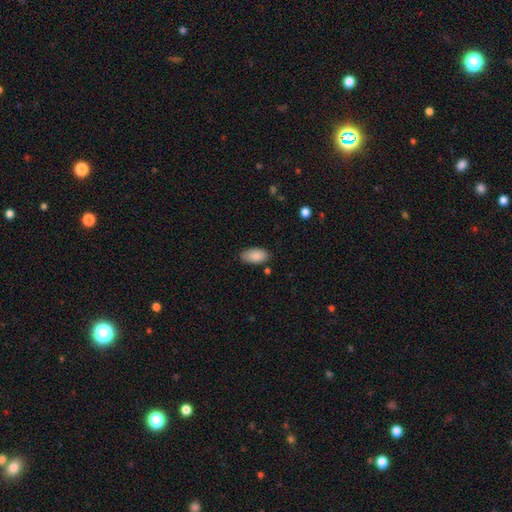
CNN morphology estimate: smooth-or-featured: smooth: 88% | star or artifact: 6% | featured or disk: 6%
  how-rounded: in between: 95% | round: 3% | cigar-shaped: 2%
  merging: none: 79% | minor disturbance: 16% | major disturbance: 3% | merger: 2%